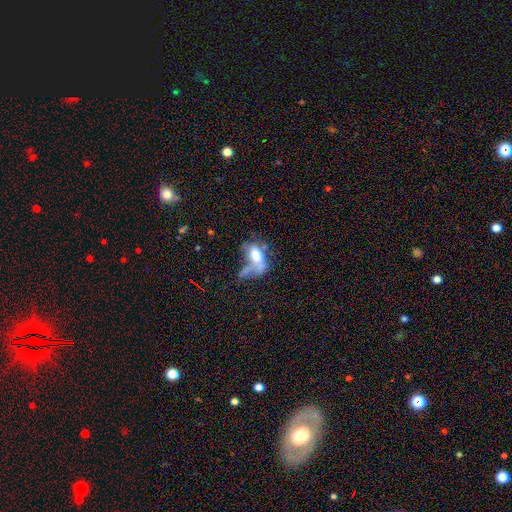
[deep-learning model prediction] This is possibly a smooth galaxy (57%). How rounded: clearly in between (83%). Merging: marginally major disturbance (38%).